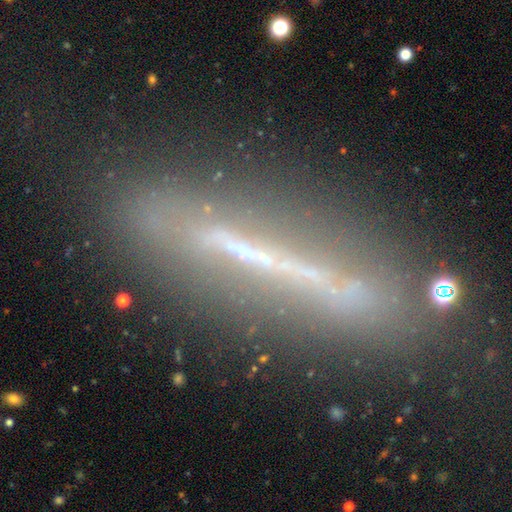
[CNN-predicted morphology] A featured or disk galaxy (65%) viewed edge-on (85%) with no central bulge (84%).

Vote fractions:
- Smooth or featured? featured or disk: 65% / smooth: 22% / star or artifact: 13%
- Edge-on disk? yes: 85% / no: 15%
- Edge-on bulge? none: 84% / rounded: 9% / boxy: 7%
- Merging? none: 77% / minor disturbance: 14% / major disturbance: 6% / merger: 3%